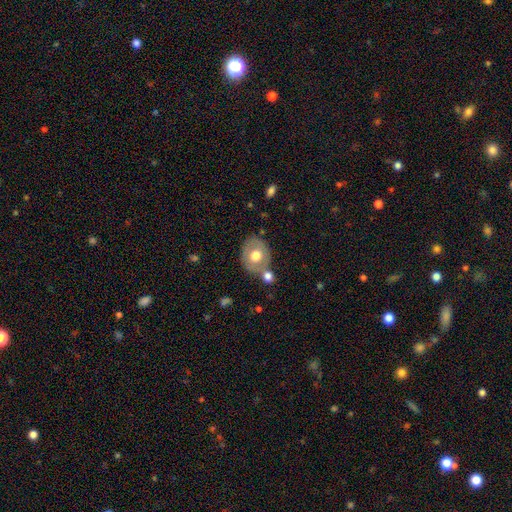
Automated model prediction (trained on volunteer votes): This appears to be a smooth galaxy with no disk features (60%) that is round (57%). Merging: none (62%).